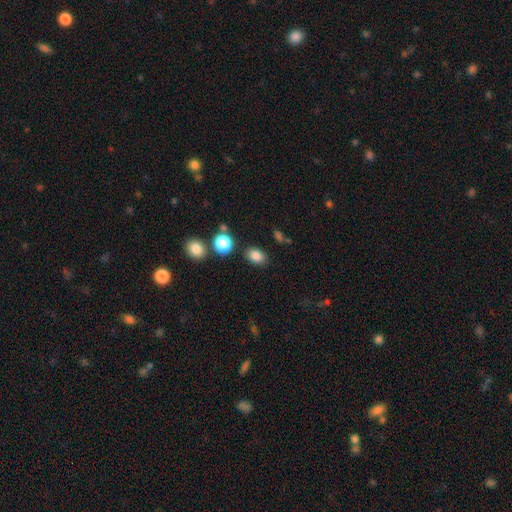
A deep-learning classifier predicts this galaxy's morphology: Overall: smooth (84%). How rounded: in between (71%). Merging: none (83%).